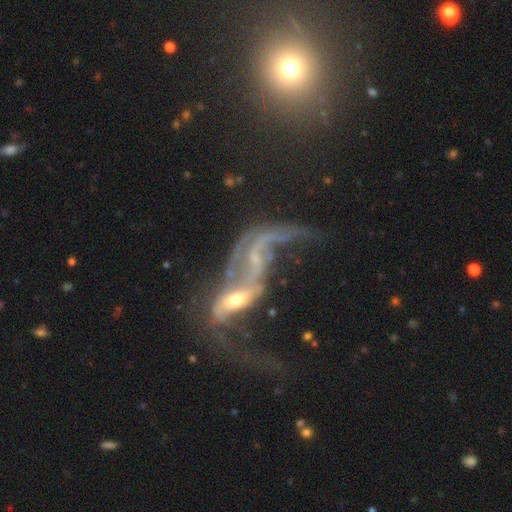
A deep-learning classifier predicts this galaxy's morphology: A featured or disk galaxy (78%) with no bar (52%), 2 (55%) loose (81%) spiral arms (74%) and a small central bulge (50%).

Vote fractions:
- Smooth or featured? featured or disk: 78% / smooth: 11% / star or artifact: 10%
- Edge-on disk? no: 93% / yes: 7%
- Bar? no: 52% / weak: 30% / strong: 18%
- Spiral arms? yes: 74% / no: 26%
- Spiral winding? loose: 81% / medium: 14% / tight: 5%
- Spiral arm count? 2: 55% / 1: 22% / can't tell: 15% / 3: 4% / 4: 2% / more than 4: 2%
- Bulge size? small: 50% / moderate: 31% / none: 13% / large: 4% / dominant: 2%
- Merging? merger: 65% / major disturbance: 21% / none: 9% / minor disturbance: 5%